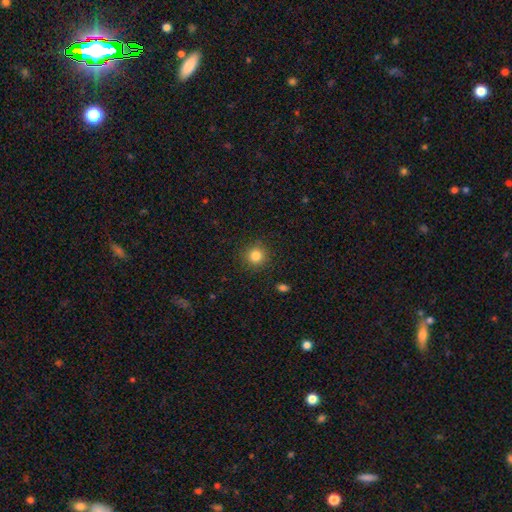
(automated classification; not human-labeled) Q: Smooth or featured?
A: smooth (83%); runner-up: star or artifact (12%)
Q: How rounded?
A: round (93%); runner-up: in between (6%)
Q: Merging?
A: none (90%); runner-up: minor disturbance (6%)